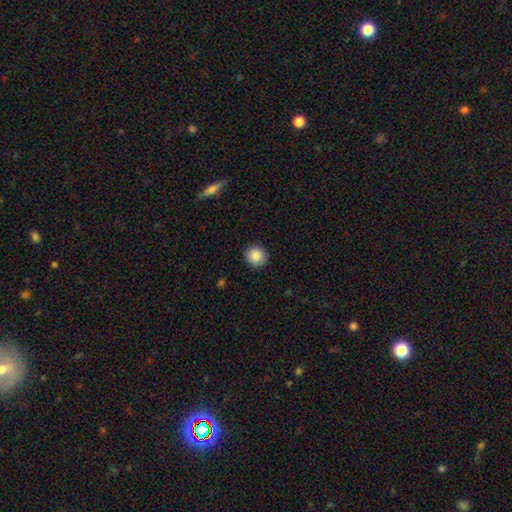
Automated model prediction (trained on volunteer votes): Smooth or featured? smooth (88%)
How rounded? round (92%)
Merging? none (91%)